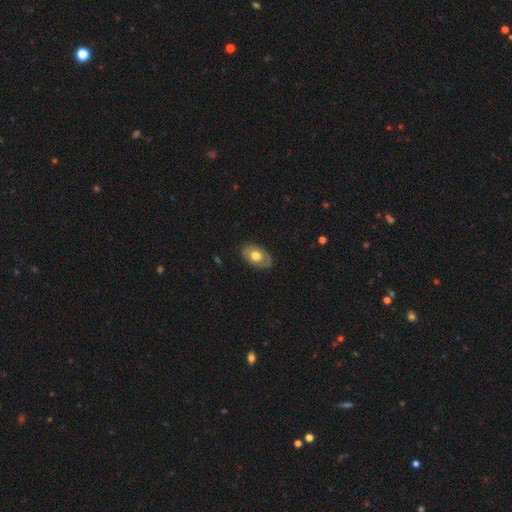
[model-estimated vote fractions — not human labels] Overall: smooth (59%; featured or disk 35%). How rounded: in between (89%). Merging: none (83%).